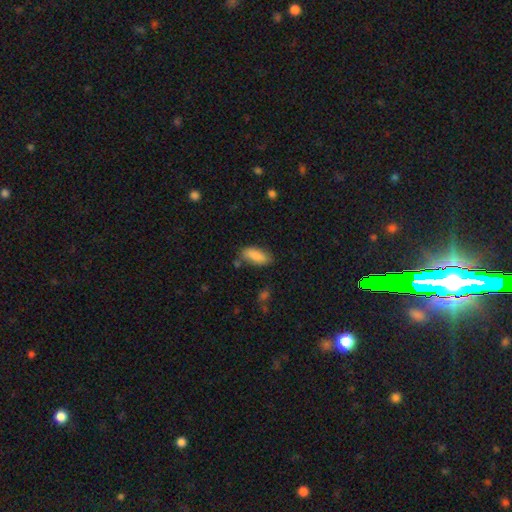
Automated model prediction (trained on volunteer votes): The model was most divided on "merging": none: 73%, minor disturbance: 19%, merger: 5%, major disturbance: 4%. More confident: smooth or featured — smooth (86%); how rounded — in between (82%).